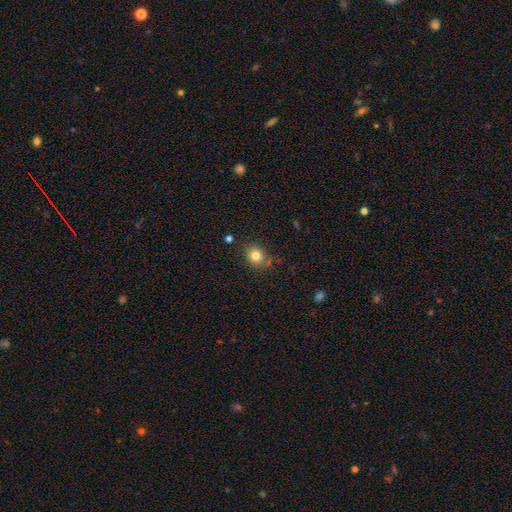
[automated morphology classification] Smooth or featured? smooth (80%)
How rounded? round (67%)
Merging? none (78%)